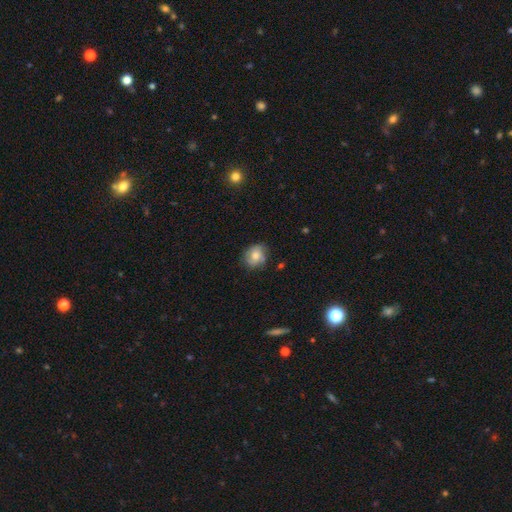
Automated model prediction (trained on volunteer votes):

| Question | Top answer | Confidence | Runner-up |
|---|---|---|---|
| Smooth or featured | smooth | 66% | featured or disk (25%) |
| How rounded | round | 63% | in between (36%) |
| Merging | none | 69% | minor disturbance (23%) |